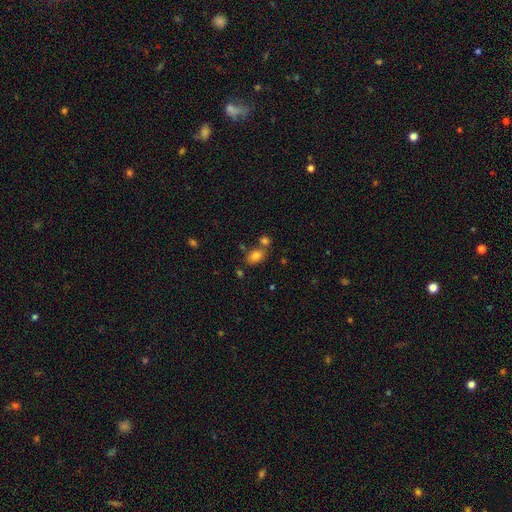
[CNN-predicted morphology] This is likely a smooth galaxy (79%). How rounded: likely in between (76%). Merging: likely none (64%).